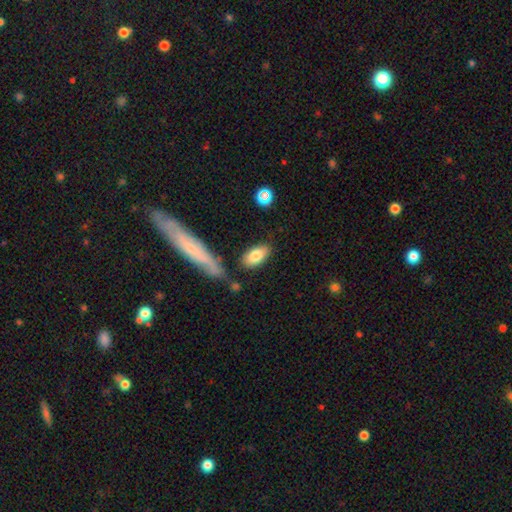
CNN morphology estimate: type=smooth (82%); roundness=in between (90%); merging=none (77%).